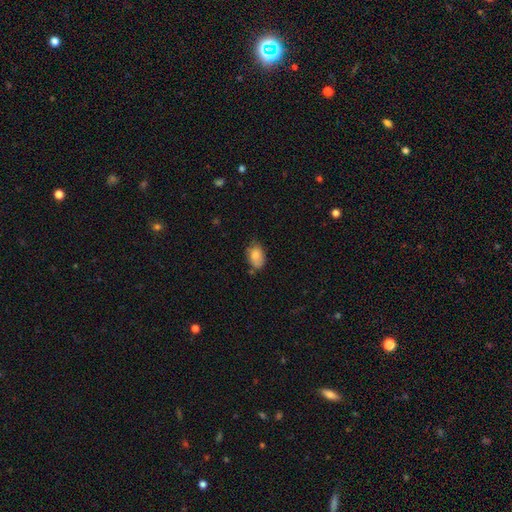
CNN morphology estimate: Q: Smooth or featured?
A: smooth (78%); runner-up: featured or disk (14%)
Q: How rounded?
A: in between (85%); runner-up: round (13%)
Q: Merging?
A: none (57%); runner-up: minor disturbance (32%)